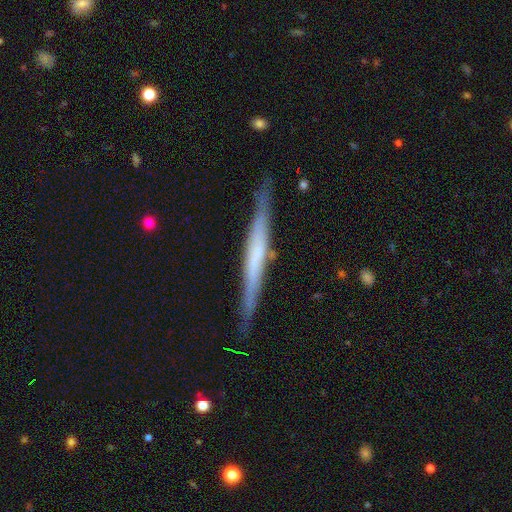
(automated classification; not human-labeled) Morphology: type=featured or disk (61%); edge-on=yes (96%); edge-on bulge=none (64%); merging=none (86%).